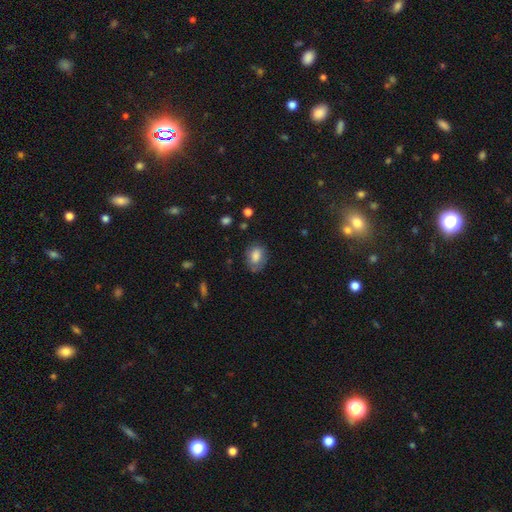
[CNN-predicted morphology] Smooth or featured?
  - smooth: 78% *
  - featured or disk: 14%
  - star or artifact: 8%
How rounded?
  - in between: 72% *
  - round: 27%
  - cigar-shaped: 1%
Merging?
  - none: 70% *
  - minor disturbance: 21%
  - major disturbance: 7%
  - merger: 2%